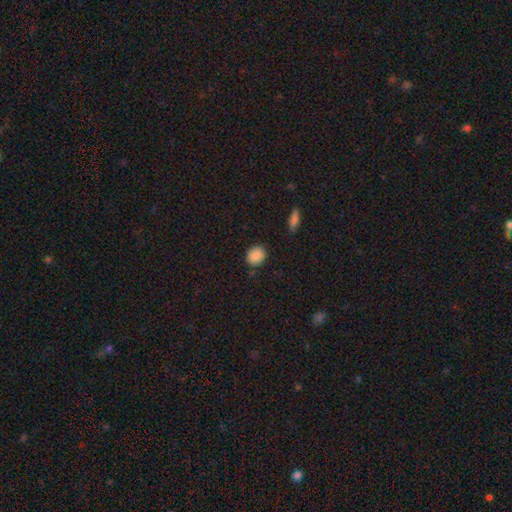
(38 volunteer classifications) Q: Smooth or featured?
A: smooth (95%); runner-up: featured or disk (3%)
Q: How rounded?
A: round (78%); runner-up: in between (22%)
Q: Merging?
A: none (86%); runner-up: minor disturbance (11%)